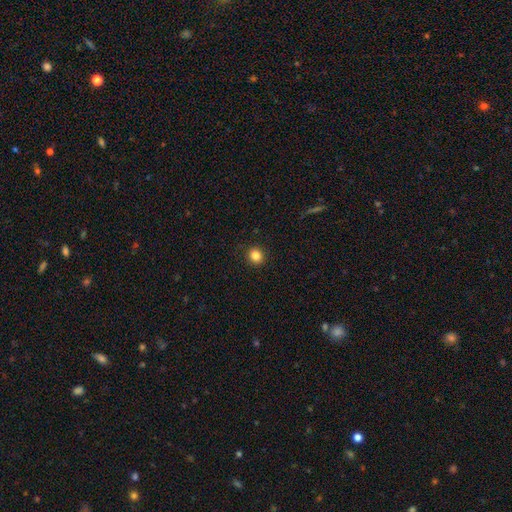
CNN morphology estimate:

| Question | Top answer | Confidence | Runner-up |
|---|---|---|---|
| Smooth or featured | smooth | 84% | star or artifact (11%) |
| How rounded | round | 86% | in between (13%) |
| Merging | none | 92% | minor disturbance (5%) |